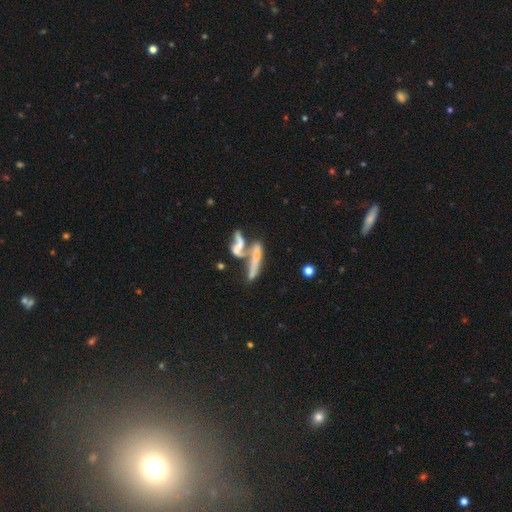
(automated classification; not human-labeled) Smooth or featured? Predicted: featured or disk (p=0.48). Merging? Predicted: merger (p=0.54).